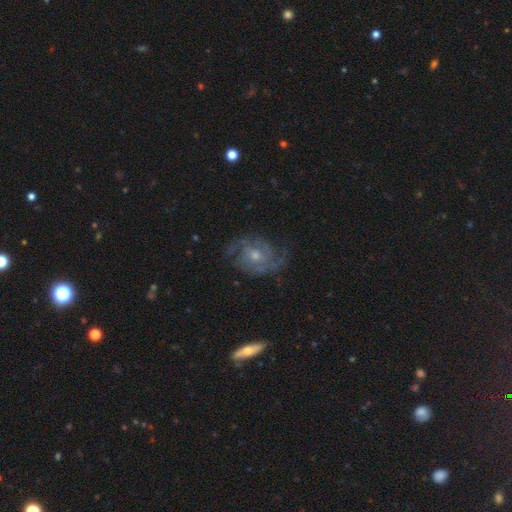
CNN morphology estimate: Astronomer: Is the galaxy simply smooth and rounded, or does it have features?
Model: featured or disk — 84%.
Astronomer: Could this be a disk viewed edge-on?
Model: no — 97%.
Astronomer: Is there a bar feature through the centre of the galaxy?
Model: no — 67%.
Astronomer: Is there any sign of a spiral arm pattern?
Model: yes — 94%.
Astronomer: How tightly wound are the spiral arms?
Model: tight — 43%, tied with medium at 43%.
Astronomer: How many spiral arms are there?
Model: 2 — 43% (runner-up: 3, 21%).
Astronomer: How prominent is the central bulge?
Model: moderate — 48% (runner-up: small, 47%).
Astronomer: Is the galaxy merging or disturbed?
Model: none — 69%.